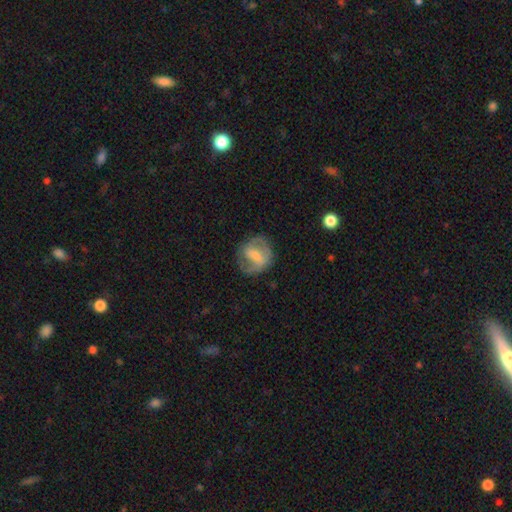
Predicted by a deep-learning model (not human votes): Overall: featured or disk (61%; smooth 32%). Edge-on disk: no (95%). Bar: strong (41%, tied with weak). Spiral arms: yes (70%; no 30%). Bulge size: small (40%; moderate 39%). Merging: none (71%).